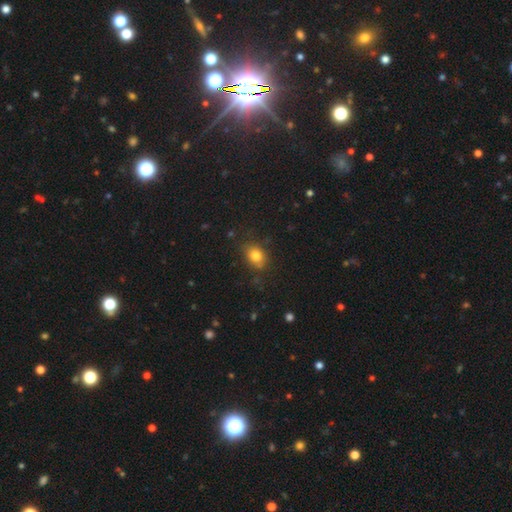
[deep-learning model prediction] The model was most divided on "how rounded": in between: 56%, round: 43%, cigar-shaped: 1%. More confident: smooth or featured — smooth (81%); merging — none (76%).